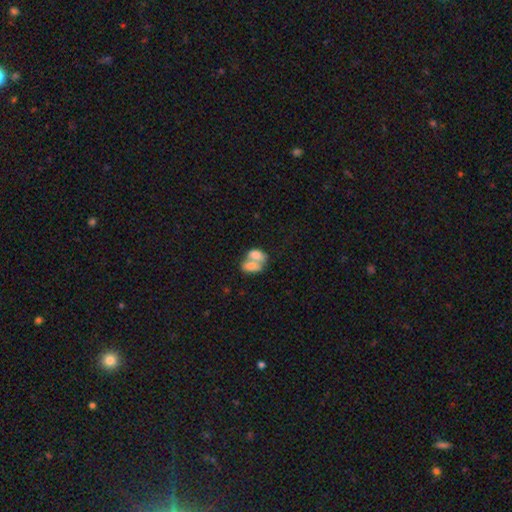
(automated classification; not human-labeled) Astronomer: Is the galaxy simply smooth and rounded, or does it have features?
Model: smooth — 72%.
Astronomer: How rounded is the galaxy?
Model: in between — 85%.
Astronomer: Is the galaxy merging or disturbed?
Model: merger — 76%.